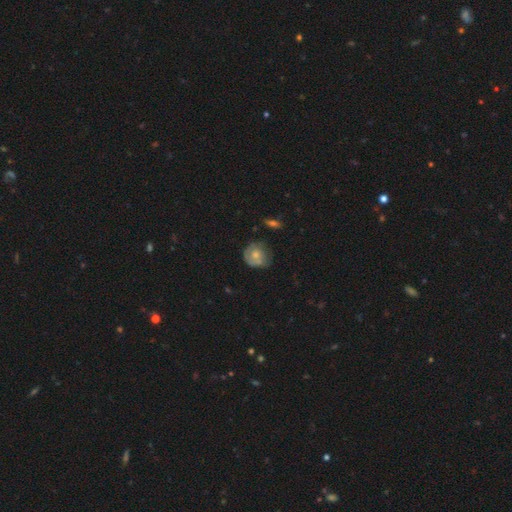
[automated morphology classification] type=smooth (55%); roundness=round (79%); merging=none (55%).